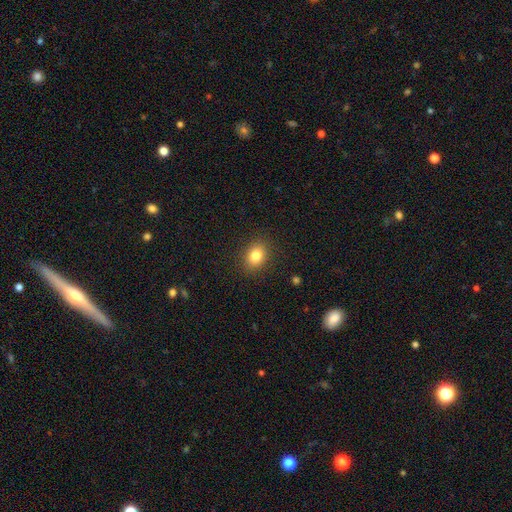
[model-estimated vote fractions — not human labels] smooth 82%, star or artifact 11%, featured or disk 8%. Down the decision tree: how rounded — in between (53%); merging — none (89%).